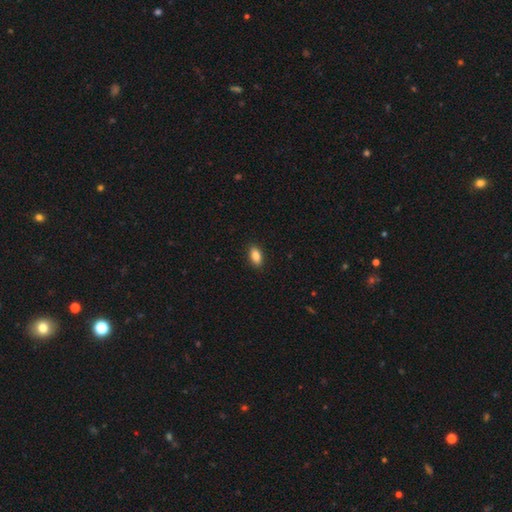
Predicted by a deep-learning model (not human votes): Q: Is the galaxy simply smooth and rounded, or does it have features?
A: smooth — 86%.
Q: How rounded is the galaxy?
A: in between — 89%.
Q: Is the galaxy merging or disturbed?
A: none — 90%.